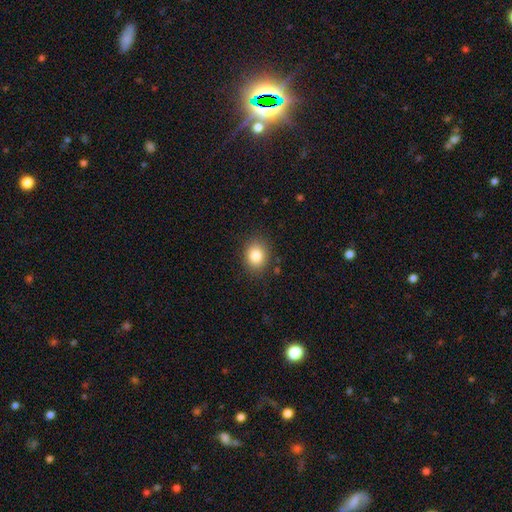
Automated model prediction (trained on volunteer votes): This appears to be a smooth galaxy with no disk features (84%) that is round (59%). Merging: none (86%).